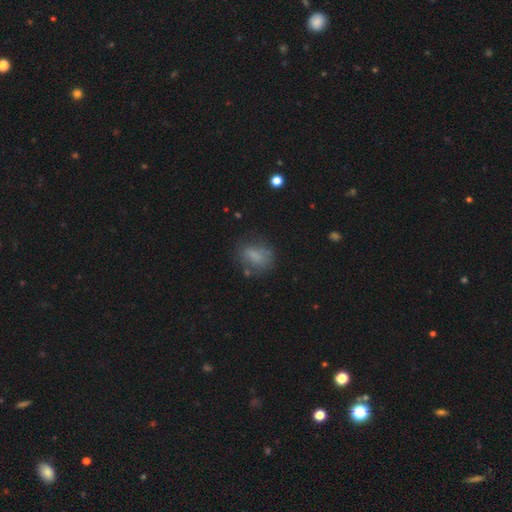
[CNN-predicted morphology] type=smooth (72%); roundness=in between (64%); merging=none (59%).